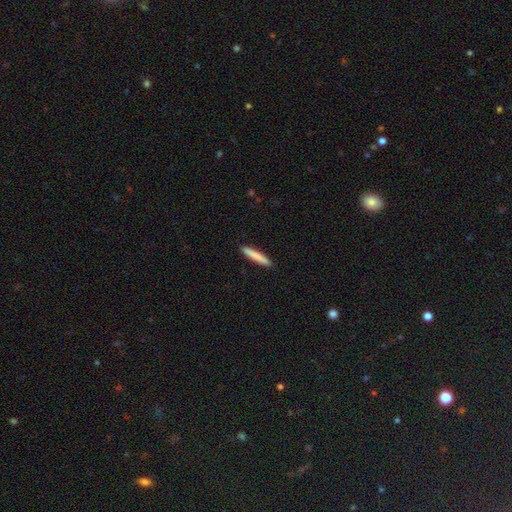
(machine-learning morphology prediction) smooth 82%, featured or disk 12%, star or artifact 5%. Down the decision tree: how rounded — cigar-shaped (94%); merging — none (91%).